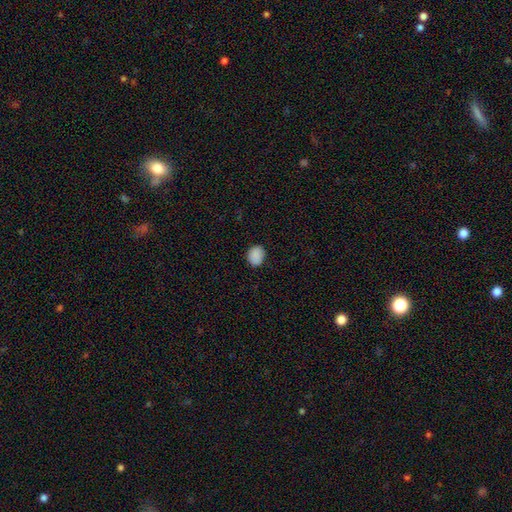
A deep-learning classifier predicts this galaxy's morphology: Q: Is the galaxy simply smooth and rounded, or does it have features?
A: smooth — 88%.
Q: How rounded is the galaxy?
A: in between — 51%.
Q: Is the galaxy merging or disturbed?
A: none — 85%.